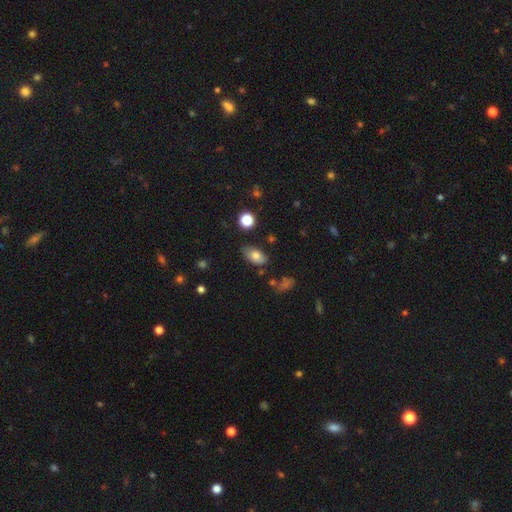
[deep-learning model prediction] smooth_or_featured: smooth (p=0.77) [alt: featured or disk p=0.14]
how_rounded: in between (p=0.90) [alt: round p=0.06]
merging: none (p=0.73) [alt: minor disturbance p=0.19]